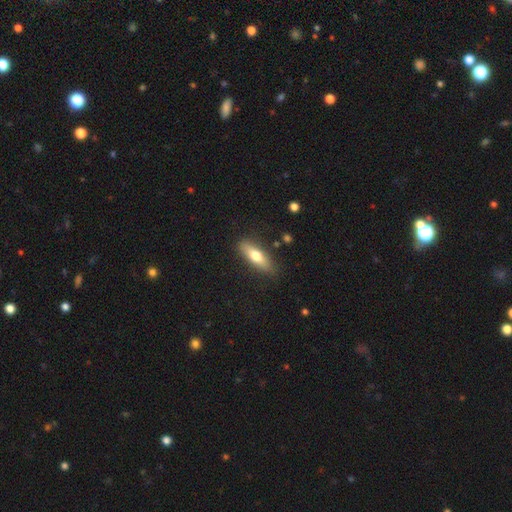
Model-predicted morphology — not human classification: Q: Smooth or featured?
A: smooth (64%); runner-up: featured or disk (30%)
Q: How rounded?
A: cigar-shaped (51%); runner-up: in between (46%)
Q: Merging?
A: none (84%); runner-up: minor disturbance (12%)